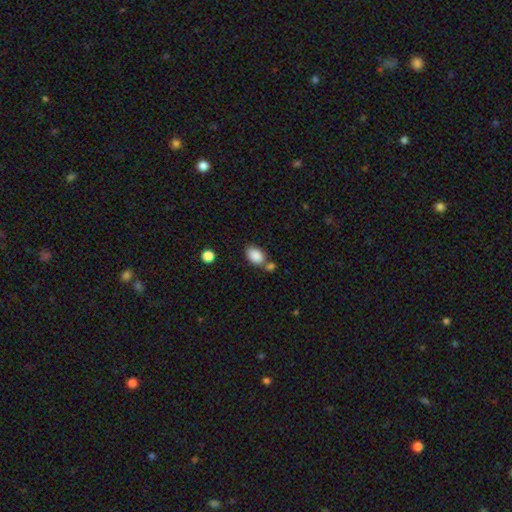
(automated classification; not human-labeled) Smooth or featured: smooth — 87% (star or artifact — 8%)
How rounded: in between — 85% (round — 13%)
Merging: none — 59% (merger — 22%)